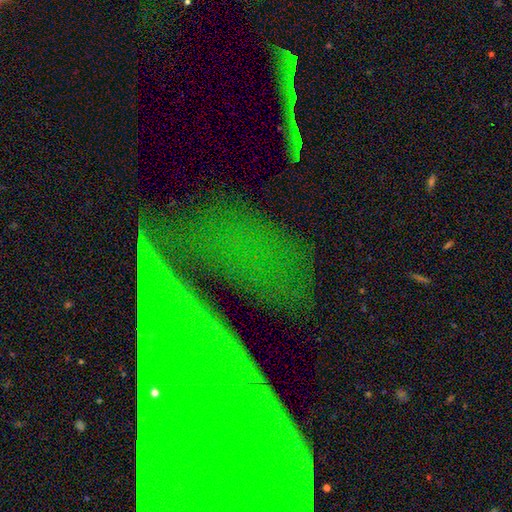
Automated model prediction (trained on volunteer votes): Q: Smooth or featured?
A: star or artifact (65%); runner-up: featured or disk (21%)